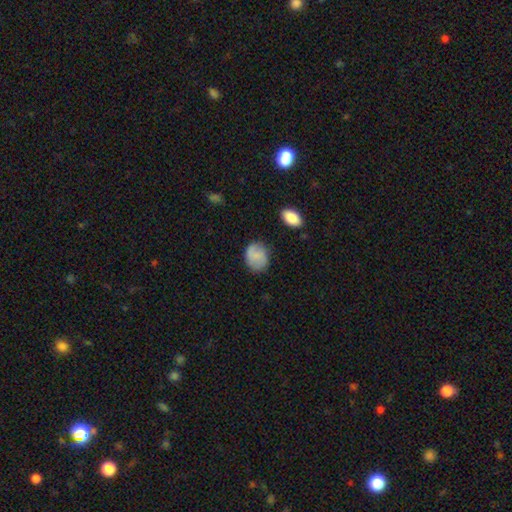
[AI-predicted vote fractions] smooth_or_featured: smooth (p=0.74) [alt: featured or disk p=0.18]
how_rounded: round (p=0.53) [alt: in between p=0.46]
merging: none (p=0.74) [alt: minor disturbance p=0.19]